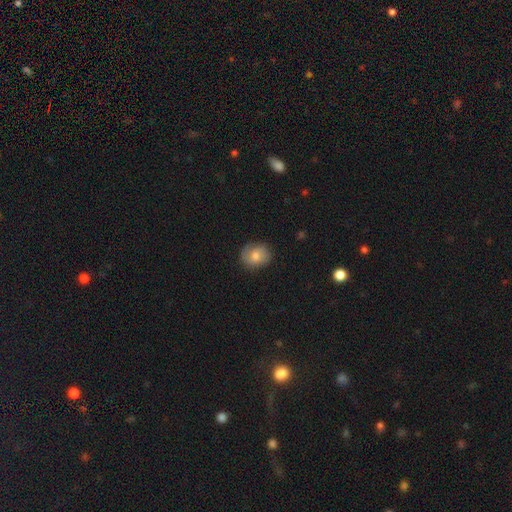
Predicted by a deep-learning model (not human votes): Smooth or featured?
  - smooth: 66% *
  - featured or disk: 25%
  - star or artifact: 9%
How rounded?
  - round: 63% *
  - in between: 36%
  - cigar-shaped: 1%
Merging?
  - none: 79% *
  - minor disturbance: 16%
  - major disturbance: 4%
  - merger: 1%